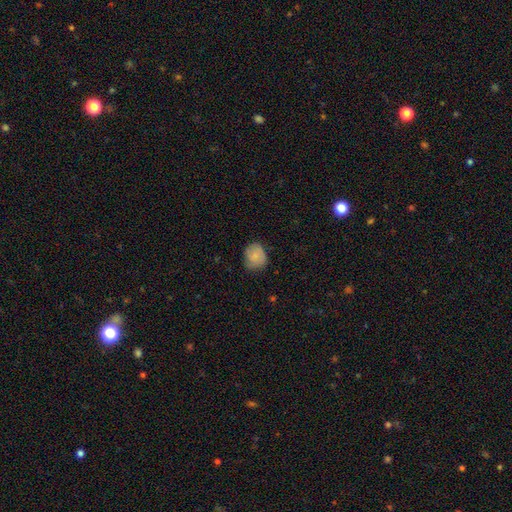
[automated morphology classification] Smooth or featured? smooth (80%)
How rounded? round (67%)
Merging? none (68%)